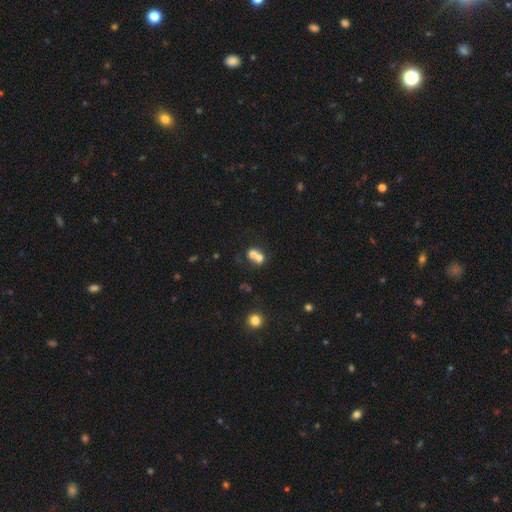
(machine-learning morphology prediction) A smooth galaxy with no disk features (67%) that is round (67%).

Vote fractions:
- Smooth or featured? smooth: 67% / featured or disk: 20% / star or artifact: 13%
- How rounded? round: 67% / in between: 32% / cigar-shaped: 1%
- Merging? merger: 65% / none: 25% / minor disturbance: 6% / major disturbance: 4%